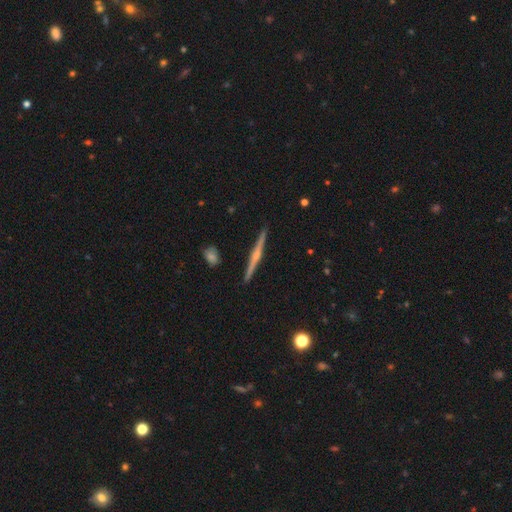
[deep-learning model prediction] Smooth or featured? featured or disk (77%)
Edge-on disk? yes (98%)
Edge-on bulge? rounded (72%)
Merging? none (92%)